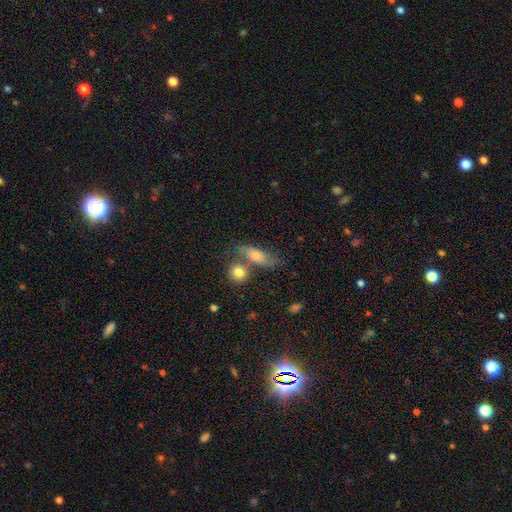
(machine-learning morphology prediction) The model was most divided on "smooth or featured": smooth: 53%, featured or disk: 35%, star or artifact: 12%. More confident: how rounded — in between (57%); merging — none (52%).